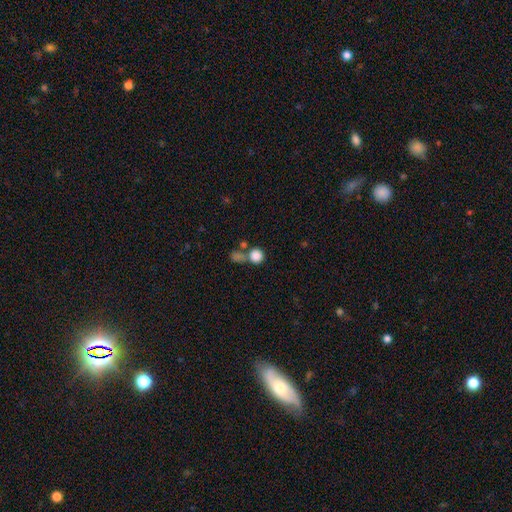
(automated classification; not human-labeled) Smooth or featured?
  - smooth: 83% *
  - star or artifact: 10%
  - featured or disk: 7%
How rounded?
  - round: 89% *
  - in between: 10%
  - cigar-shaped: 1%
Merging?
  - none: 47% *
  - merger: 37%
  - minor disturbance: 9%
  - major disturbance: 7%